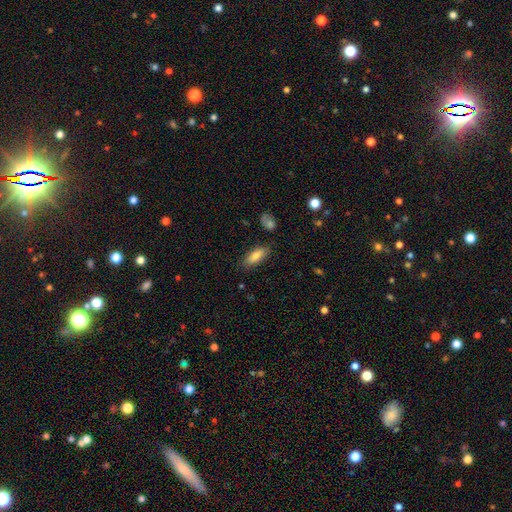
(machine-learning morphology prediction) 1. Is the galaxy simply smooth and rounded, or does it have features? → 79% smooth, 15% featured or disk, 7% star or artifact.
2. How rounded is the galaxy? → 68% in between, 30% cigar-shaped, 2% round.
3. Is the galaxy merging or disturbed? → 81% none, 13% minor disturbance, 3% major disturbance, 3% merger.